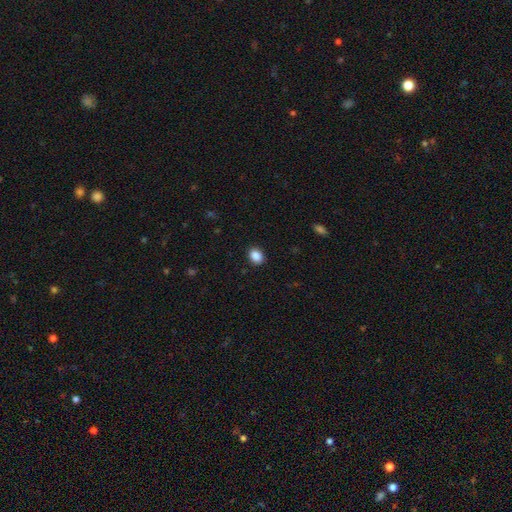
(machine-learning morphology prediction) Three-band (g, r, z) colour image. It shows a smooth galaxy with no disk features (88%) that is in between round and cigar-shaped (56%). Merging: none (90%).